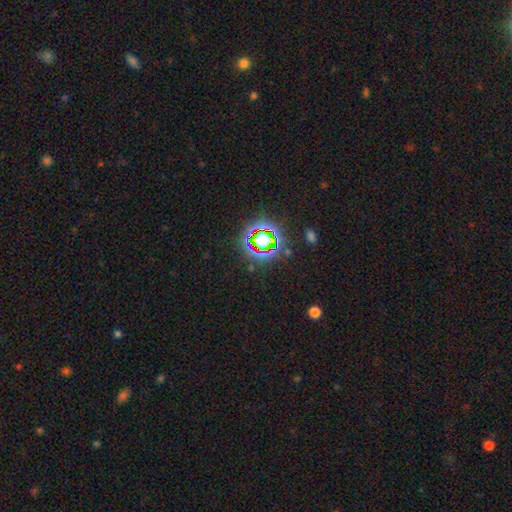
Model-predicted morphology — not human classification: smooth_or_featured: star or artifact (p=0.78) [alt: smooth p=0.14]